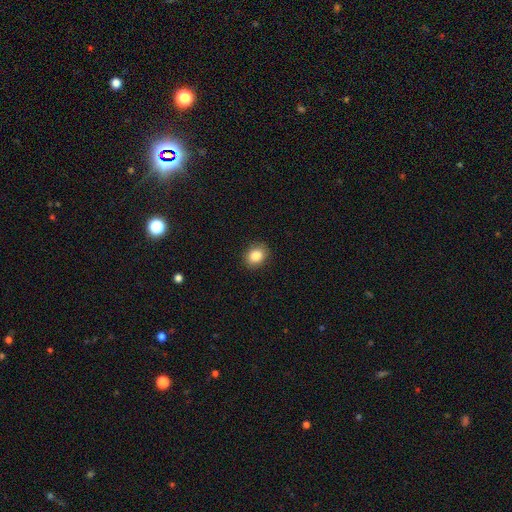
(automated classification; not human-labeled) This appears to be a smooth galaxy with no disk features (87%) that is round (51%). Merging: none (87%).